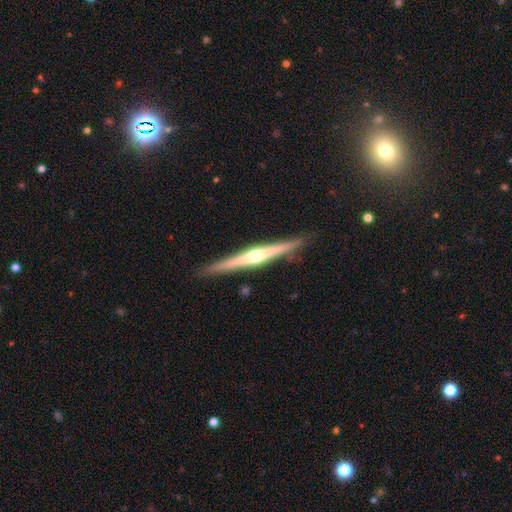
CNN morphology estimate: Q: Smooth or featured?
A: featured or disk (79%); runner-up: smooth (16%)
Q: Edge-on disk?
A: yes (98%); runner-up: no (2%)
Q: Edge-on bulge?
A: rounded (87%); runner-up: none (8%)
Q: Merging?
A: none (90%); runner-up: minor disturbance (7%)